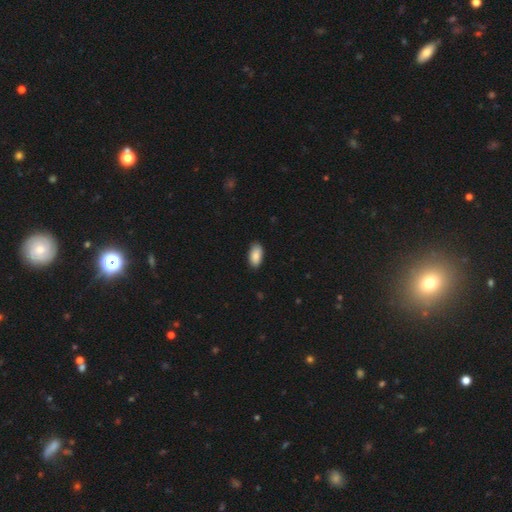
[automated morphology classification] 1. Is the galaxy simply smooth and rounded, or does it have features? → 88% smooth, 7% star or artifact, 5% featured or disk.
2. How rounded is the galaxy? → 94% in between, 3% cigar-shaped, 3% round.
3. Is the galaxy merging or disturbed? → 85% none, 12% minor disturbance, 2% major disturbance, 1% merger.